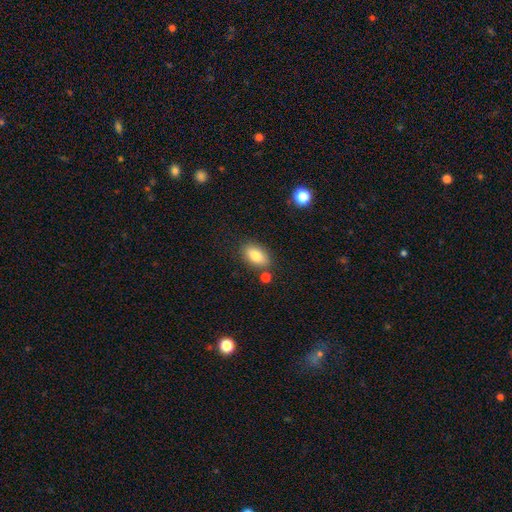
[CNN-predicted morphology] smooth_or_featured: smooth (p=0.82) [alt: featured or disk p=0.10]
how_rounded: in between (p=0.90) [alt: round p=0.07]
merging: none (p=0.80) [alt: minor disturbance p=0.11]